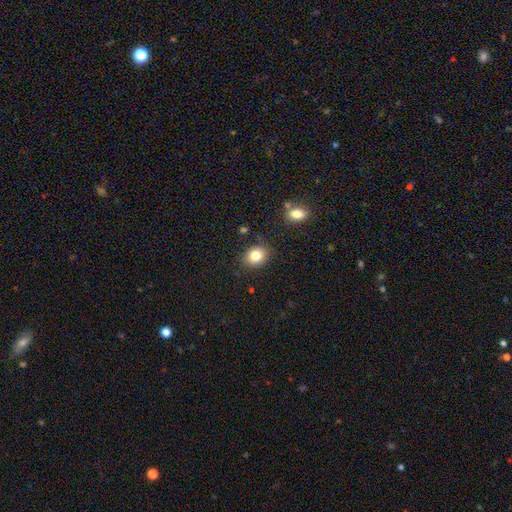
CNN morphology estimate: This appears to be a smooth galaxy with no disk features (82%) that is in between round and cigar-shaped (52%). Merging: none (85%).